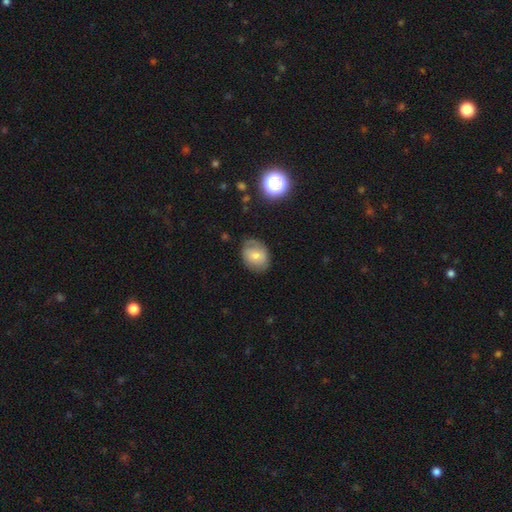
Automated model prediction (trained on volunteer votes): This appears to be a smooth galaxy with no disk features (64%) that is in between round and cigar-shaped (64%). Merging: none (68%).